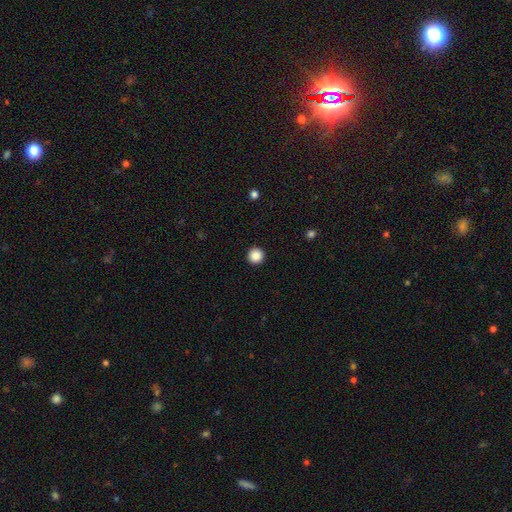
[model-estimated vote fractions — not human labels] Smooth or featured? smooth (88%)
How rounded? round (96%)
Merging? none (93%)